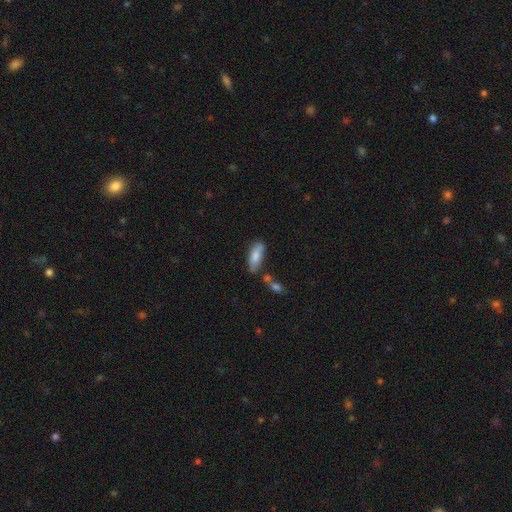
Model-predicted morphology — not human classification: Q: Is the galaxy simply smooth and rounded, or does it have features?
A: smooth — 75%.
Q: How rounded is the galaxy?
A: in between — 69%.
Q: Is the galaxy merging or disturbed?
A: none — 58%.